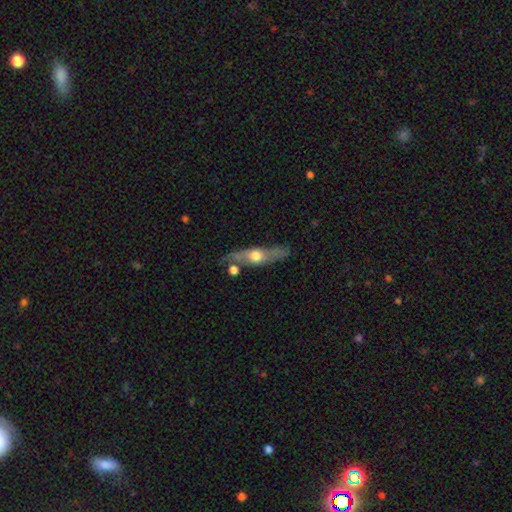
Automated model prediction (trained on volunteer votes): A featured or disk galaxy (60%) viewed edge-on (78%).

Vote fractions:
- Smooth or featured? featured or disk: 60% / smooth: 34% / star or artifact: 6%
- Edge-on disk? yes: 78% / no: 22%
- Merging? none: 68% / minor disturbance: 17% / merger: 9% / major disturbance: 5%